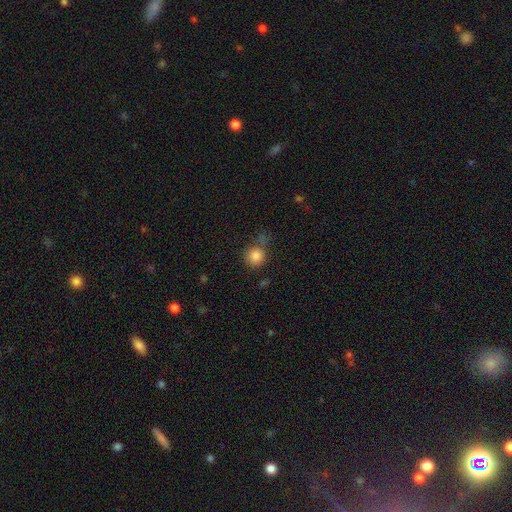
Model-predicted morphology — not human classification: This is clearly a smooth galaxy (84%). How rounded: clearly round (90%). Merging: likely none (61%).